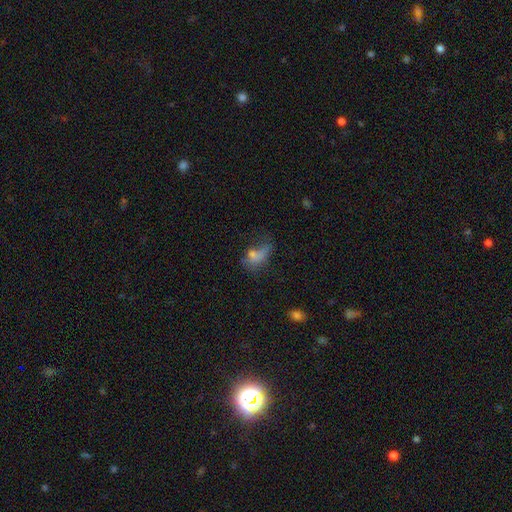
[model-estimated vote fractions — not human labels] smooth_or_featured: smooth (p=0.60) [alt: featured or disk p=0.25]
how_rounded: in between (p=0.78) [alt: round p=0.16]
merging: major disturbance (p=0.45) [alt: none p=0.23]